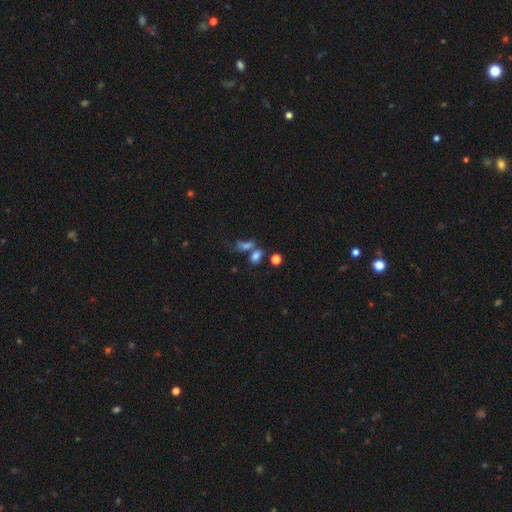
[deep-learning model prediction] Smooth or featured: smooth — 77% (star or artifact — 14%)
How rounded: in between — 77% (round — 18%)
Merging: none — 44% (merger — 38%)